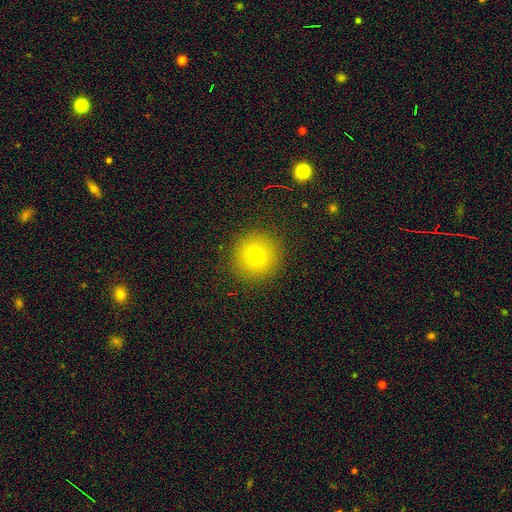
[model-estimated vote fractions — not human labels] Smooth or featured? smooth (73%)
How rounded? round (95%)
Merging? none (90%)